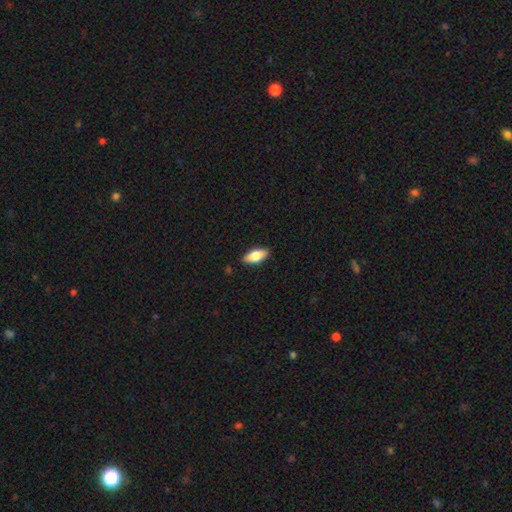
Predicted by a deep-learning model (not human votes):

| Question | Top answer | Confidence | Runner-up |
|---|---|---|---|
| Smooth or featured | smooth | 76% | featured or disk (18%) |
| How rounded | in between | 84% | cigar-shaped (13%) |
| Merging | none | 87% | minor disturbance (10%) |